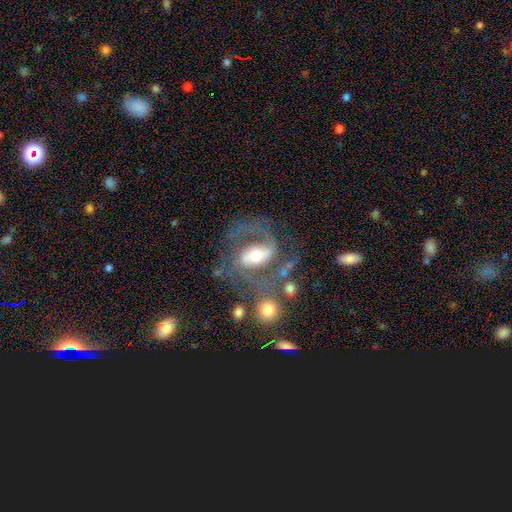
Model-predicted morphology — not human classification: smooth-or-featured: featured or disk: 82% | smooth: 12% | star or artifact: 6%
  disk-edge-on: no: 96% | yes: 4%
    bar: strong: 42% | weak: 36% | no: 22%
    has-spiral-arms: yes: 89% | no: 11%
      spiral-winding: medium: 53% | loose: 30% | tight: 18%
      spiral-arm-count: 2: 82% | 1: 8% | can't tell: 5% | 3: 2% | 4: 1% | more than 4: 1%
    bulge-size: moderate: 67% | large: 15% | small: 15% | dominant: 2% | none: 1%
  merging: none: 46% | major disturbance: 23% | minor disturbance: 16% | merger: 14%